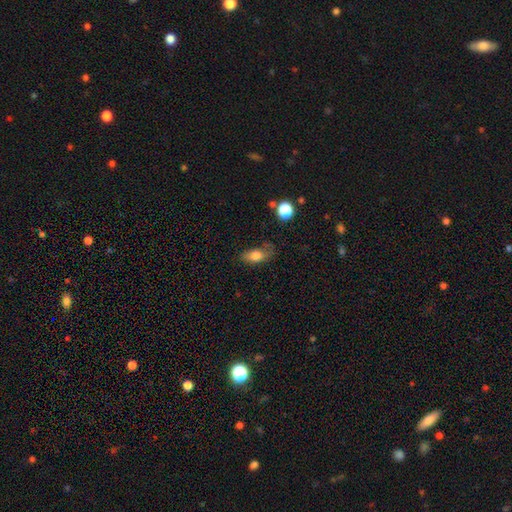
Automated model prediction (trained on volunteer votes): Overall: smooth (75%). How rounded: in between (81%). Merging: none (57%; minor disturbance 28%).